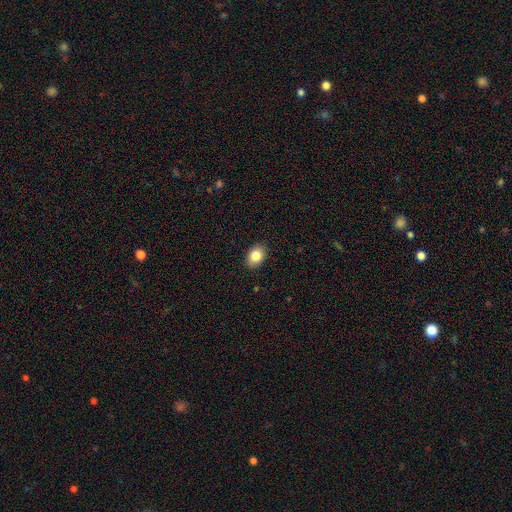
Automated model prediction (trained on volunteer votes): Smooth or featured? Predicted: smooth (p=0.85). How rounded? Predicted: in between (p=0.73). Merging? Predicted: none (p=0.89).